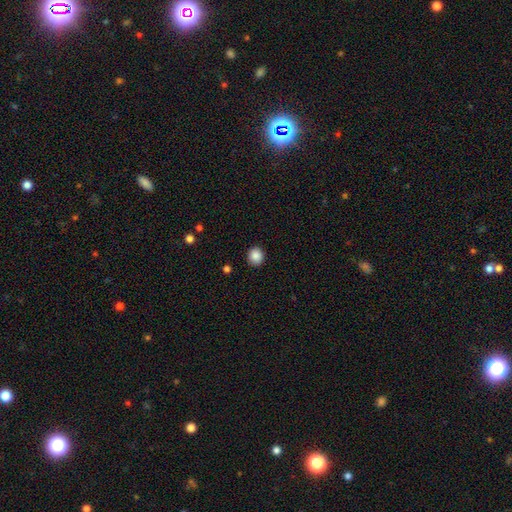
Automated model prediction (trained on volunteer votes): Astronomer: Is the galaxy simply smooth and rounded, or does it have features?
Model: smooth — 87%.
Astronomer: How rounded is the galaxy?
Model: round — 86%.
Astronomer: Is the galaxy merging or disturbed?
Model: none — 90%.